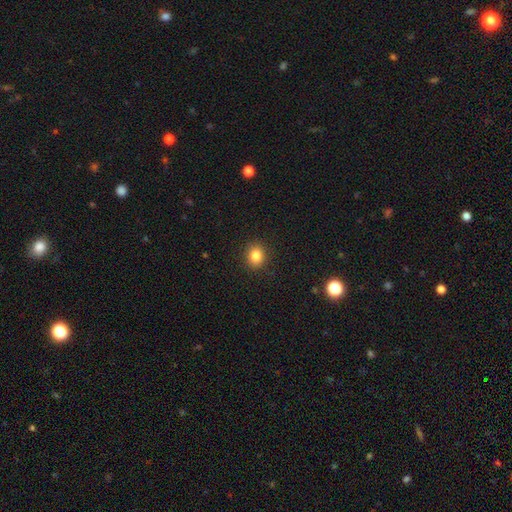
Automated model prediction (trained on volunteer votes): This appears to be a smooth galaxy with no disk features (84%) that is round (70%). Merging: none (91%).